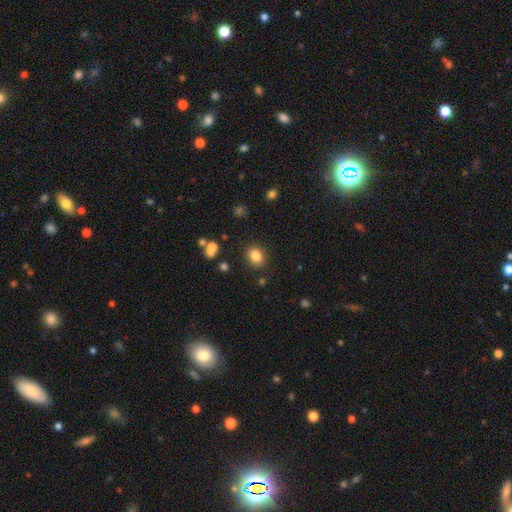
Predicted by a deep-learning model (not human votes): smooth-or-featured: smooth: 84% | star or artifact: 10% | featured or disk: 5%
  how-rounded: in between: 53% | round: 46% | cigar-shaped: 1%
  merging: none: 85% | minor disturbance: 10% | major disturbance: 3% | merger: 2%